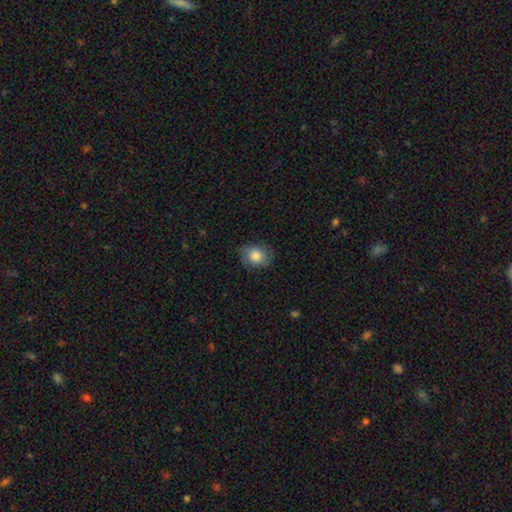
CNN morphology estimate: A smooth galaxy with no disk features (79%) that is round (52%).

Vote fractions:
- Smooth or featured? smooth: 79% / featured or disk: 13% / star or artifact: 8%
- How rounded? round: 52% / in between: 47% / cigar-shaped: 1%
- Merging? none: 75% / minor disturbance: 19% / major disturbance: 6% / merger: 1%